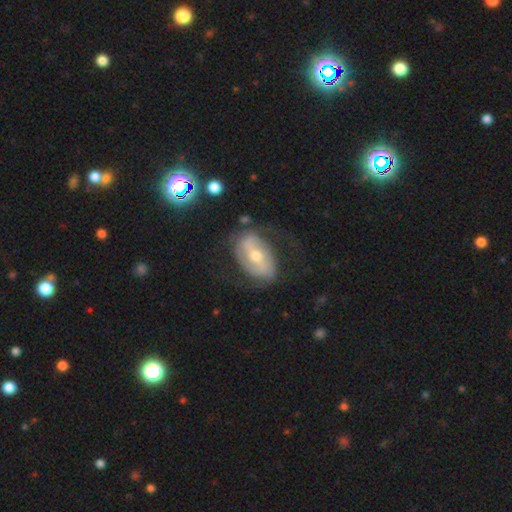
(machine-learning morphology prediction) Overall: featured or disk (76%). Edge-on disk: no (94%). Bar: strong (43%; weak 35%). Spiral arms: yes (80%). Spiral arm count: 2 (75%). Spiral winding: medium (40%; loose 32%). Bulge size: moderate (60%; small 35%). Merging: none (61%).